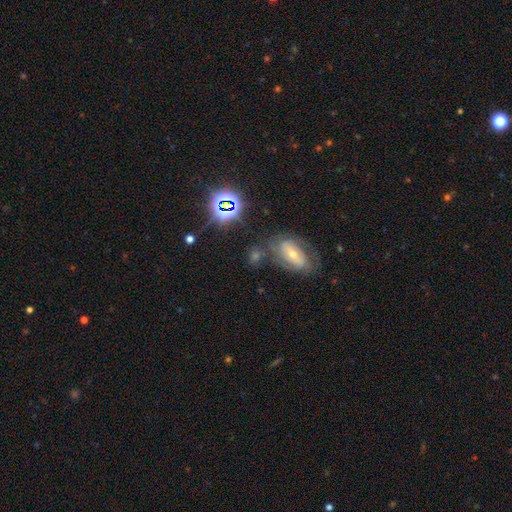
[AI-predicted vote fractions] Smooth or featured? Predicted: featured or disk (p=0.37). Merging? Predicted: none (p=0.63).